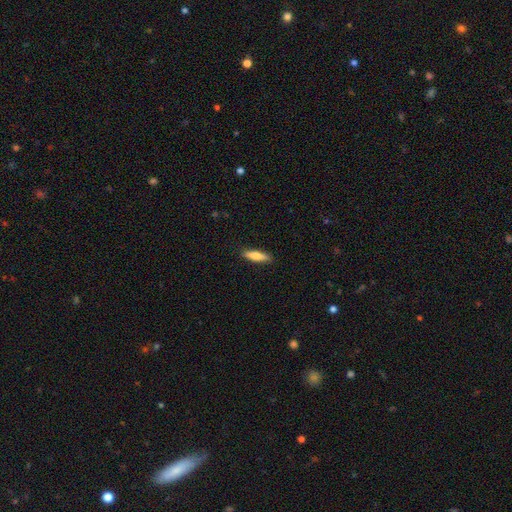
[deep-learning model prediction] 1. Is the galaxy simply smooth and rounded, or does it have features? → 74% smooth, 20% featured or disk, 6% star or artifact.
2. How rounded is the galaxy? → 68% cigar-shaped, 30% in between, 2% round.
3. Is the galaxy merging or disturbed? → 89% none, 8% minor disturbance, 2% major disturbance, 1% merger.